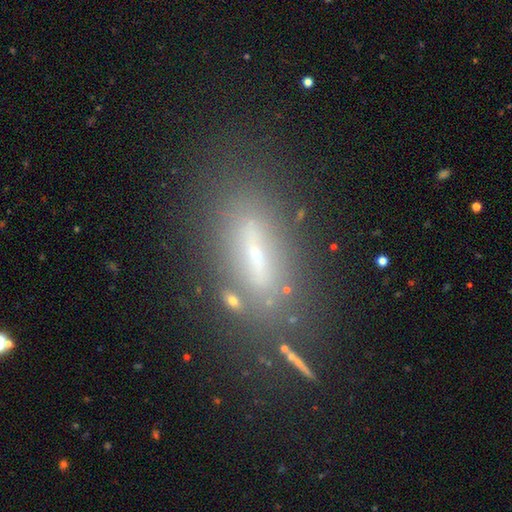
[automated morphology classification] A featured or disk galaxy (52%) viewed edge-on (58%). Merging: none (74%).